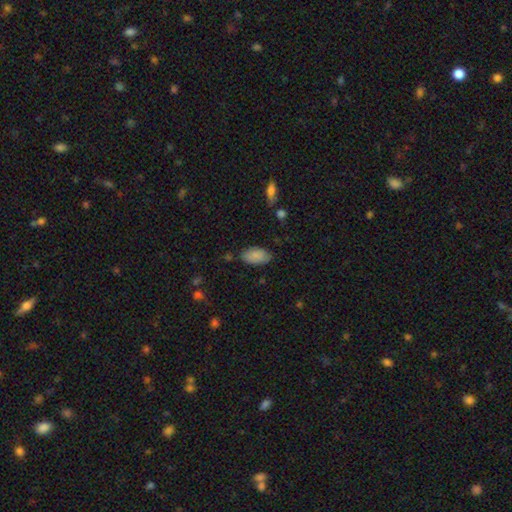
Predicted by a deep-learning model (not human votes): Smooth or featured? smooth (87%)
How rounded? in between (94%)
Merging? none (78%)